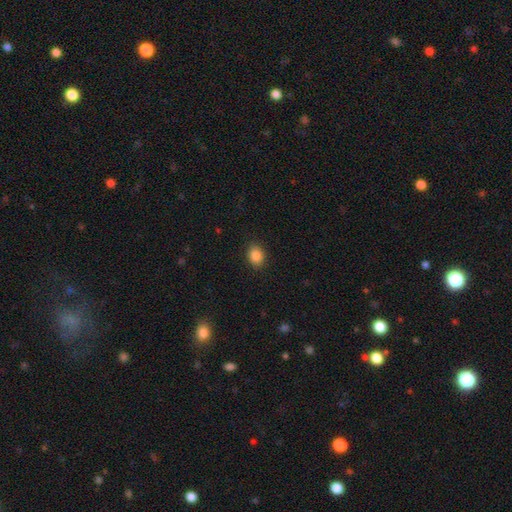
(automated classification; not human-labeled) smooth_or_featured: smooth (p=0.87) [alt: star or artifact p=0.09]
how_rounded: in between (p=0.59) [alt: round p=0.40]
merging: none (p=0.87) [alt: minor disturbance p=0.09]